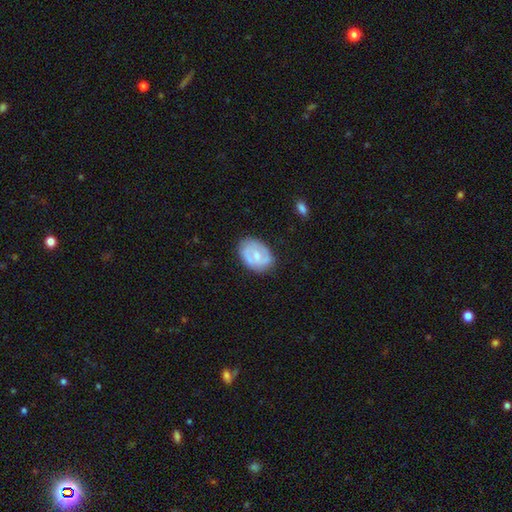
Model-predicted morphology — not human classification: Smooth or featured: featured or disk — 54% (smooth — 39%)
Edge-on disk: no — 96% (yes — 4%)
Bar: weak — 48% (no — 38%)
Spiral arms: yes — 62% (no — 38%)
Bulge size: small — 42% (moderate — 41%)
Merging: none — 73% (minor disturbance — 20%)